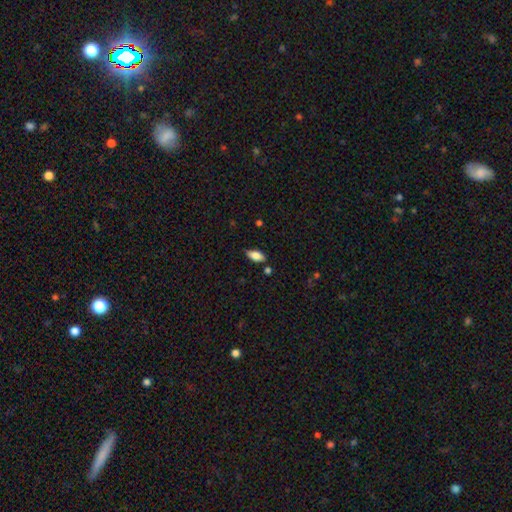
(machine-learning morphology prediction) Smooth or featured? Predicted: smooth (p=0.78). How rounded? Predicted: in between (p=0.86). Merging? Predicted: none (p=0.79).